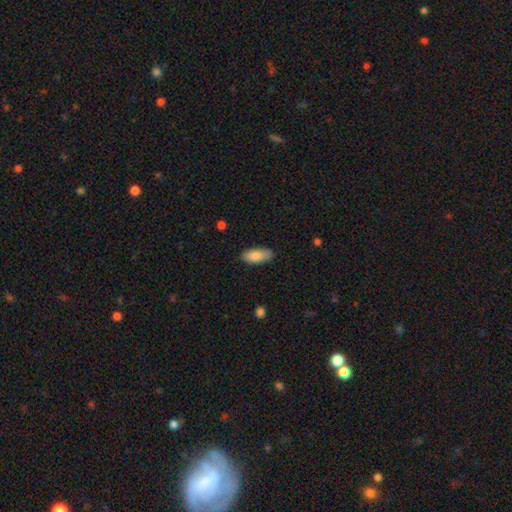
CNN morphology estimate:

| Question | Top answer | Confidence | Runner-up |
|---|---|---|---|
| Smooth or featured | smooth | 87% | featured or disk (7%) |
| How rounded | in between | 85% | cigar-shaped (13%) |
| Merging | none | 85% | minor disturbance (12%) |